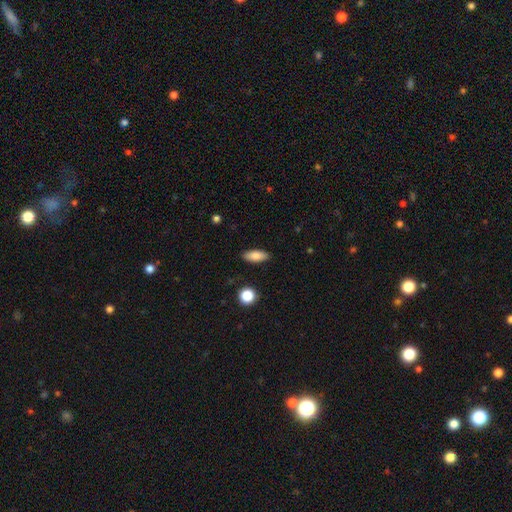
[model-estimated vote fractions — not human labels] This appears to be a smooth galaxy with no disk features (84%) that is in between round and cigar-shaped (78%). Merging: none (88%).